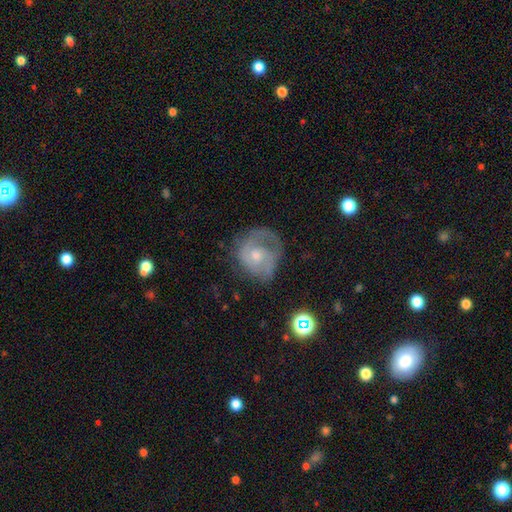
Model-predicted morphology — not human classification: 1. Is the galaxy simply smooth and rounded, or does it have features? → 65% featured or disk, 25% smooth, 10% star or artifact.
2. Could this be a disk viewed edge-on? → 97% no, 3% yes.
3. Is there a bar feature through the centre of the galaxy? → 72% no, 24% weak, 4% strong.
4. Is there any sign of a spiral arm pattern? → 80% yes, 20% no.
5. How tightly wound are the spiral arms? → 45% tight, 38% medium, 16% loose.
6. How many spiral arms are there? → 39% 2, 28% can't tell, 22% 1, 7% 3, 2% 4, 2% more than 4.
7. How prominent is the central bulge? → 50% moderate, 43% small, 3% none, 3% large, 1% dominant.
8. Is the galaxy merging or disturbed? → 56% none, 23% minor disturbance, 19% major disturbance, 2% merger.